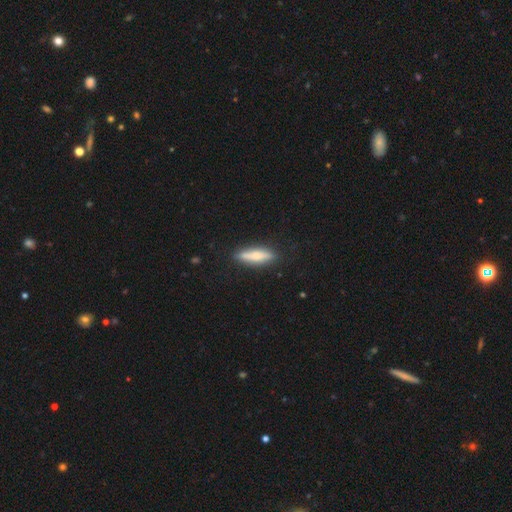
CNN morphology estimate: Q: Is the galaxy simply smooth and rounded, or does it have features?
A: smooth — 55%.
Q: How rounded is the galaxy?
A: cigar-shaped — 77%.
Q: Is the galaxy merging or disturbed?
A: none — 87%.